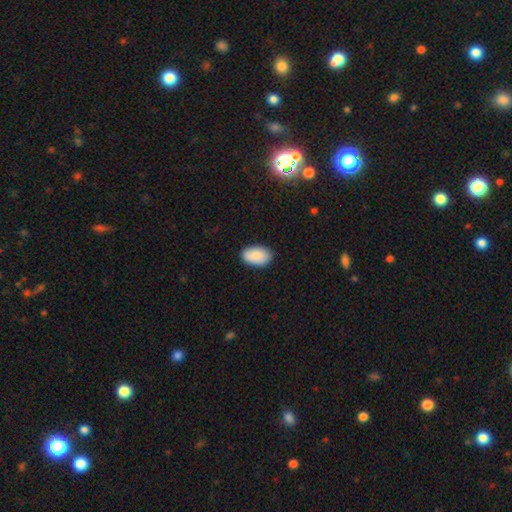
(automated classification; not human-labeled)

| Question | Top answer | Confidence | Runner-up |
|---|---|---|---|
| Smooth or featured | smooth | 87% | featured or disk (7%) |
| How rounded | in between | 93% | round (6%) |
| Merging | none | 86% | minor disturbance (11%) |